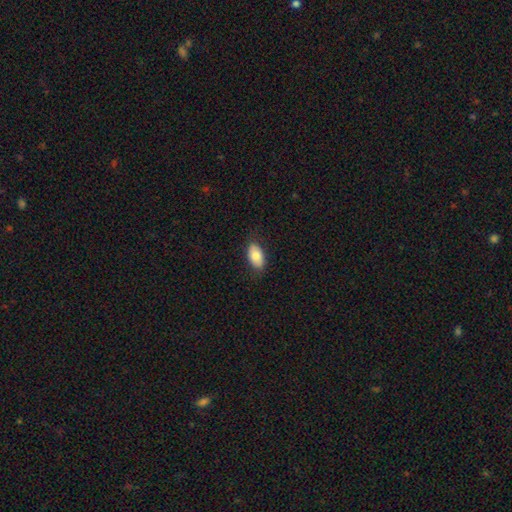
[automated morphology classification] A smooth galaxy with no disk features (80%) that is in between round and cigar-shaped (93%). Merging: none (83%).